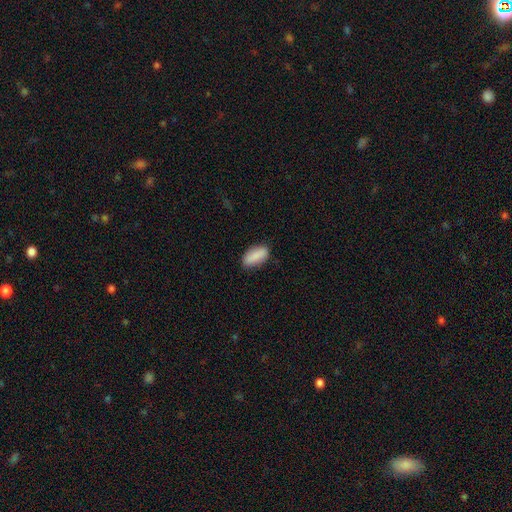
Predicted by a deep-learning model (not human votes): The model was most divided on "merging": none: 83%, minor disturbance: 13%, major disturbance: 3%, merger: 1%. More confident: smooth or featured — smooth (86%); how rounded — in between (86%).